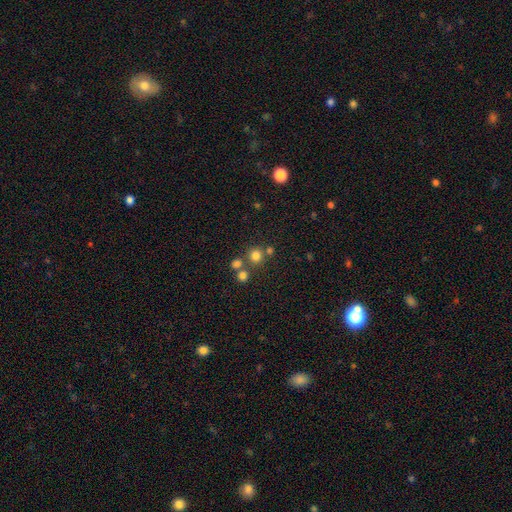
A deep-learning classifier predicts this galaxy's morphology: A smooth galaxy with no disk features (75%) that is round (91%). Merging: none (69%).